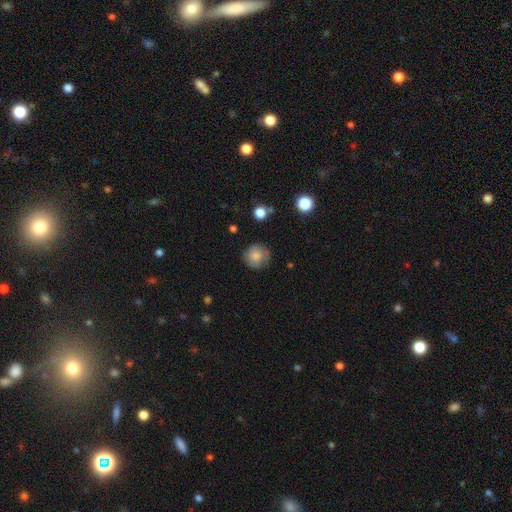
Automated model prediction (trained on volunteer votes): Smooth or featured? Predicted: smooth (p=0.79). How rounded? Predicted: round (p=0.92). Merging? Predicted: none (p=0.78).